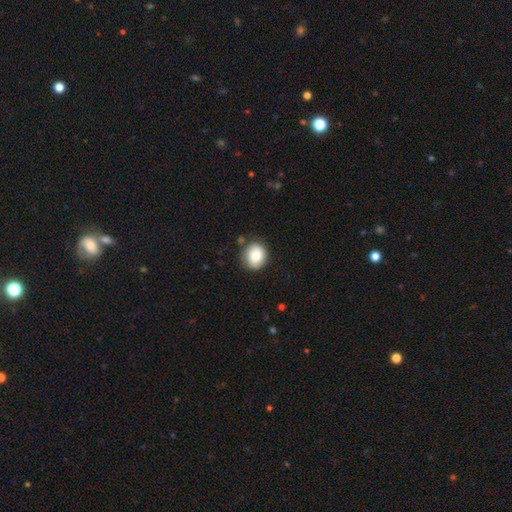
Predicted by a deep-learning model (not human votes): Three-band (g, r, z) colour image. It shows a smooth galaxy with no disk features (80%) that is round (70%). Merging: none (81%).